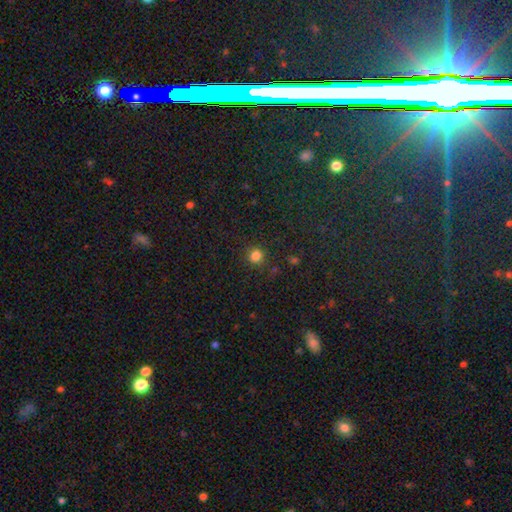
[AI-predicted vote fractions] The model was most divided on "smooth or featured": smooth: 81%, star or artifact: 15%, featured or disk: 4%. More confident: how rounded — round (87%); merging — none (85%).